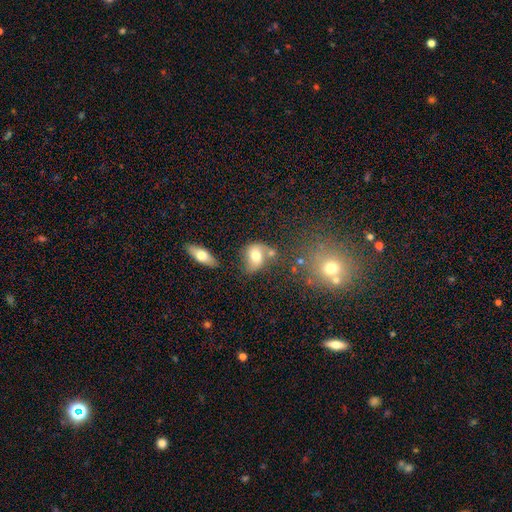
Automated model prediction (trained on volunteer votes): Smooth or featured? Predicted: smooth (p=0.60). How rounded? Predicted: in between (p=0.60). Merging? Predicted: none (p=0.42).